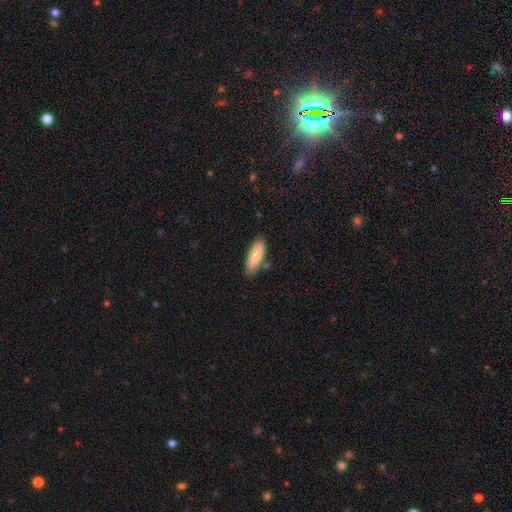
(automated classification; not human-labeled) Smooth or featured: smooth — 85% (featured or disk — 9%)
How rounded: in between — 61% (cigar-shaped — 38%)
Merging: none — 78% (minor disturbance — 15%)